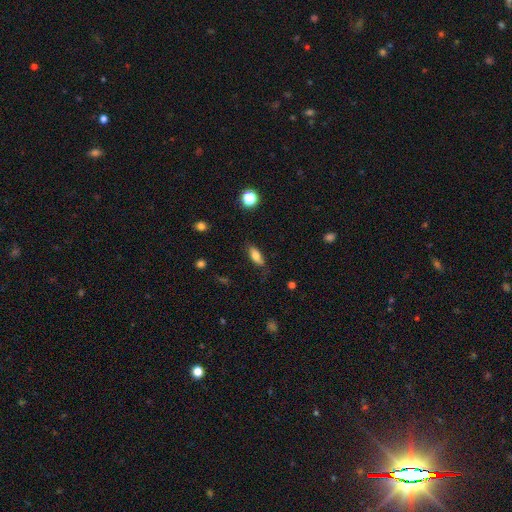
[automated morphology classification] This is likely a smooth galaxy (76%). How rounded: likely in between (73%). Merging: likely none (79%).